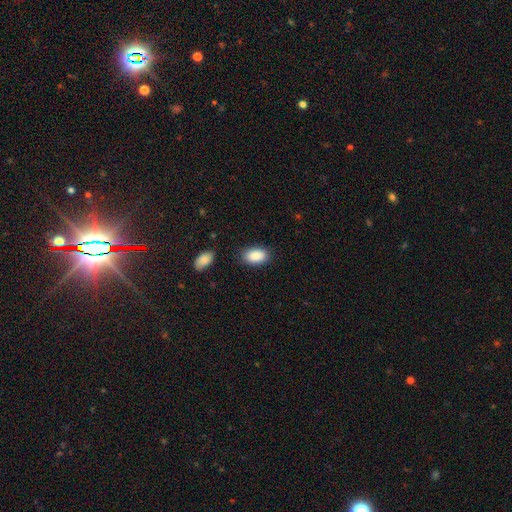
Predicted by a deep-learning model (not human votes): smooth-or-featured: smooth: 90% | star or artifact: 7% | featured or disk: 4%
  how-rounded: in between: 92% | round: 6% | cigar-shaped: 2%
  merging: none: 83% | minor disturbance: 12% | major disturbance: 3% | merger: 2%